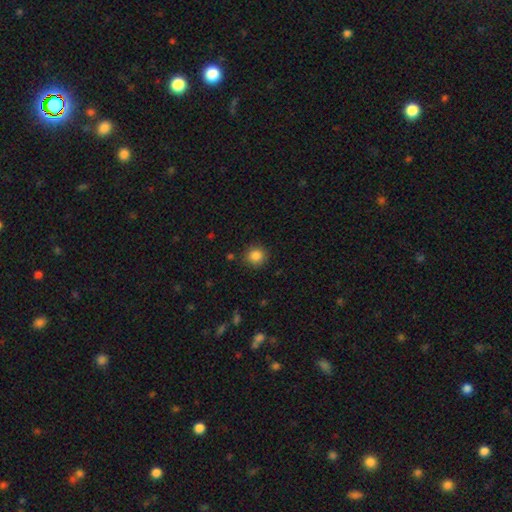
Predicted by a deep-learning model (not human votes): A smooth galaxy with no disk features (86%) that is round (91%).

Vote fractions:
- Smooth or featured? smooth: 86% / star or artifact: 10% / featured or disk: 4%
- How rounded? round: 91% / in between: 8% / cigar-shaped: 1%
- Merging? none: 87% / minor disturbance: 9% / major disturbance: 3% / merger: 2%